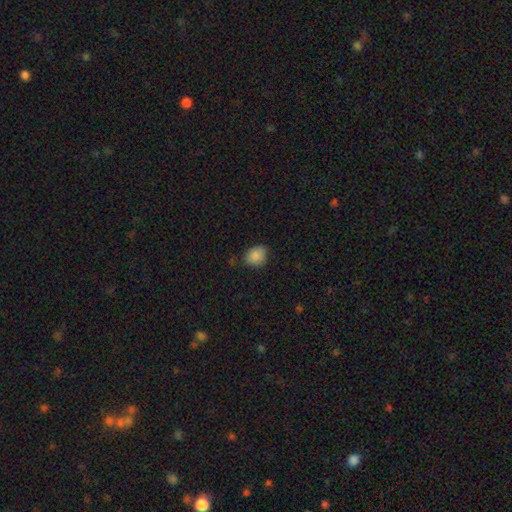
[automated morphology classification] Smooth or featured? smooth (87%)
How rounded? round (51%)
Merging? none (75%)